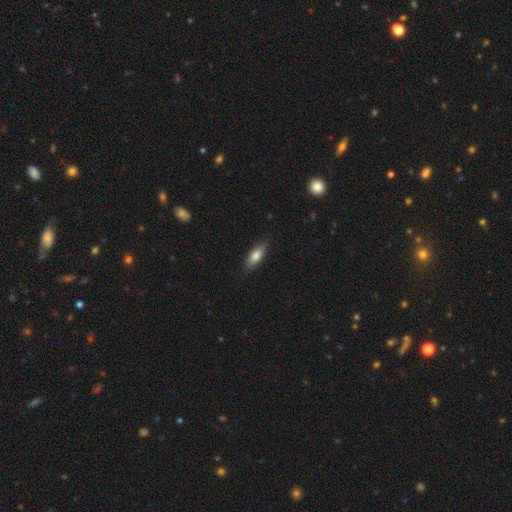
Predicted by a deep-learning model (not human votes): smooth 78%, featured or disk 15%, star or artifact 7%. Down the decision tree: how rounded — in between (71%); merging — none (84%).